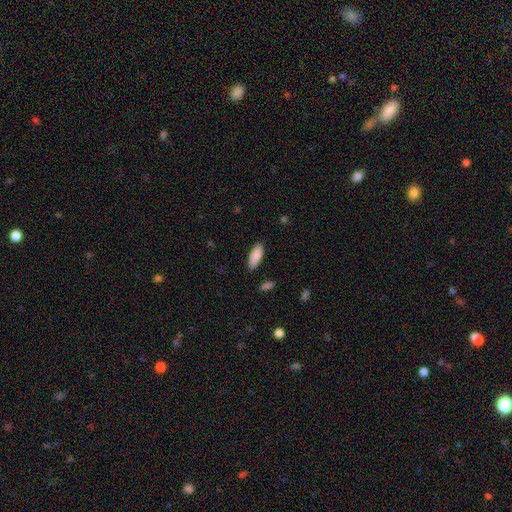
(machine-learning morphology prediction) smooth-or-featured: smooth: 88% | star or artifact: 6% | featured or disk: 6%
  how-rounded: in between: 69% | cigar-shaped: 29% | round: 2%
  merging: none: 86% | minor disturbance: 10% | major disturbance: 2% | merger: 2%